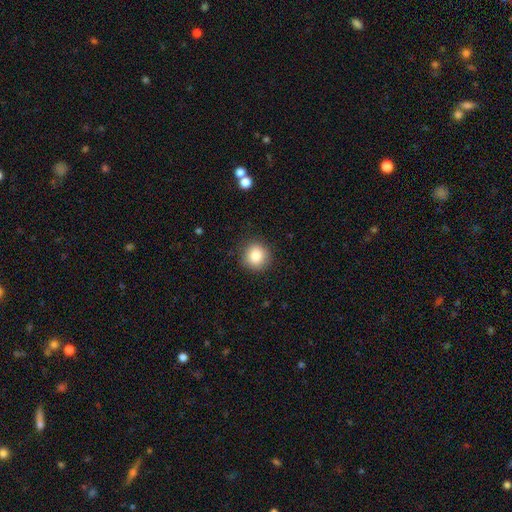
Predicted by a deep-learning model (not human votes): This is clearly a smooth galaxy (84%). How rounded: clearly round (92%). Merging: clearly none (89%).